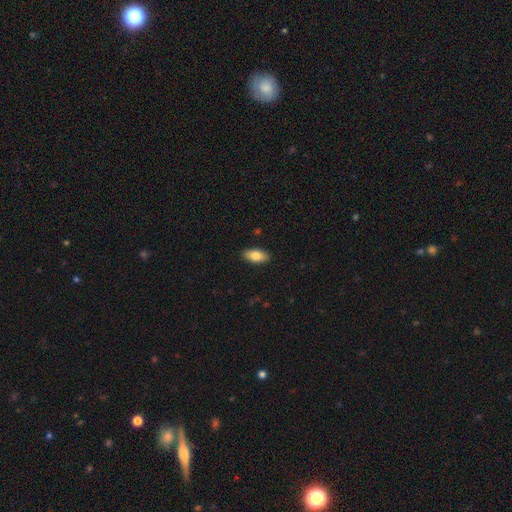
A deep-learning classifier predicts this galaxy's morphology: smooth 81%, featured or disk 13%, star or artifact 7%. Down the decision tree: how rounded — in between (90%); merging — none (90%).